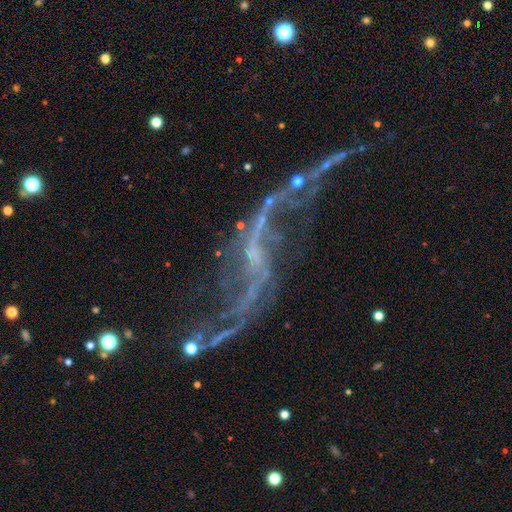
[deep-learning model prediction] This is clearly a featured or disk galaxy (82%). It is clearly not viewed edge-on (89%). Bar: marginally no (42%). Spiral arm pattern: clearly yes (85%). Spiral arm count: clearly 2 (87%). Spiral winding: clearly loose (94%). Central bulge: likely small (61%). Merging: marginally none (44%).